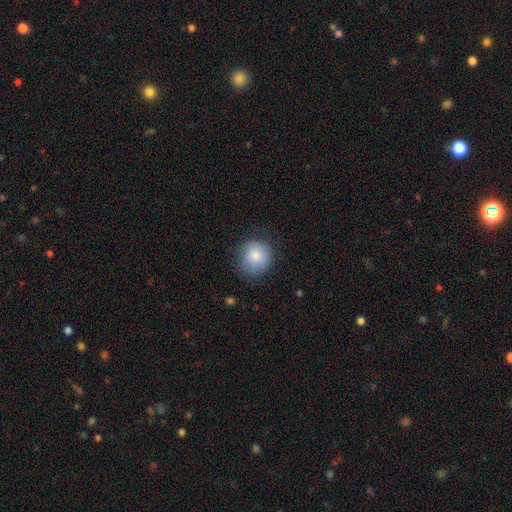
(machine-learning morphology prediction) Overall: smooth (82%). How rounded: round (88%). Merging: none (74%).